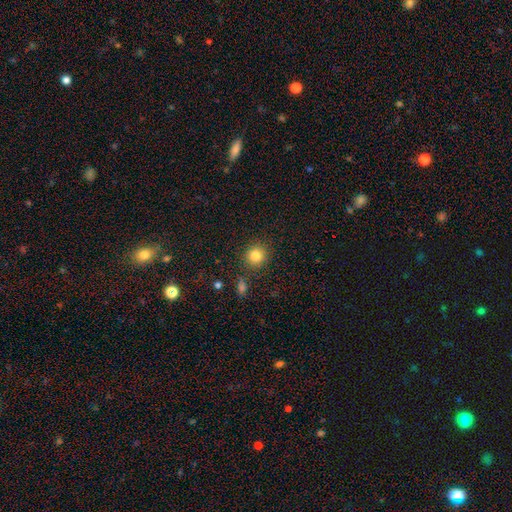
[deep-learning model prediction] A smooth galaxy with no disk features (82%) that is round (91%). Merging: none (88%).